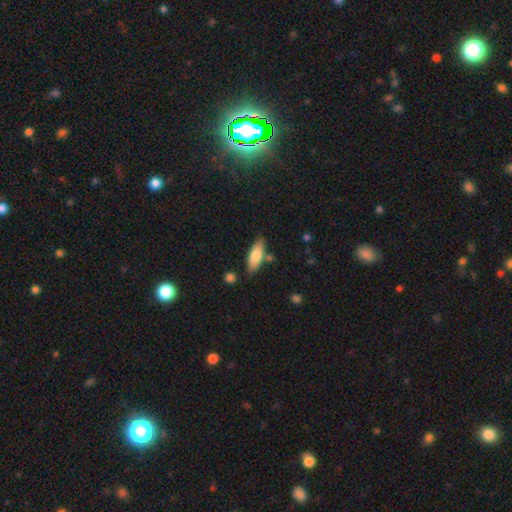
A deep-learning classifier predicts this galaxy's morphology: smooth 78%, featured or disk 16%, star or artifact 6%. Down the decision tree: how rounded — in between (68%); merging — none (78%).